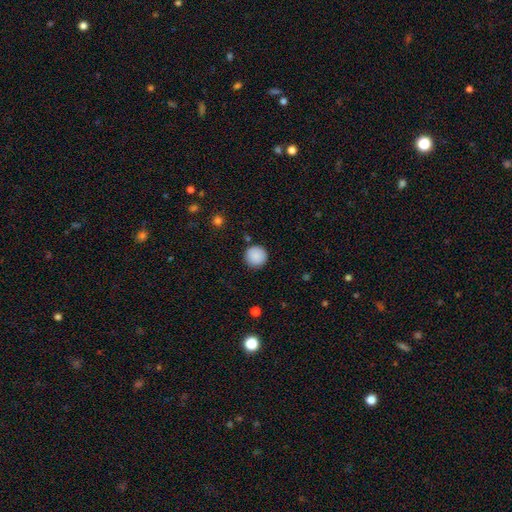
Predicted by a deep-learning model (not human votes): smooth 89%, star or artifact 8%, featured or disk 4%. Down the decision tree: how rounded — round (96%); merging — none (90%).